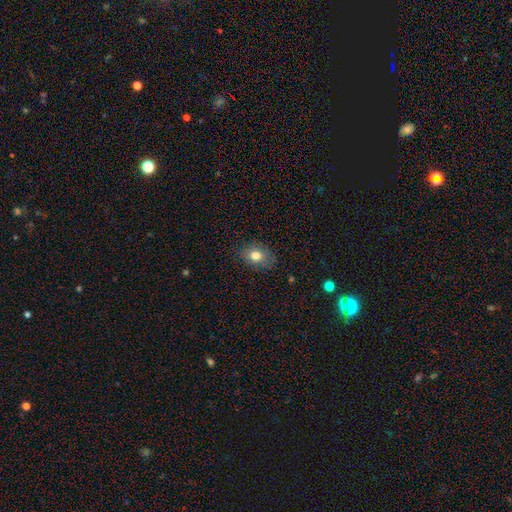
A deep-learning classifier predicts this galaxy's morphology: Smooth or featured?
  - smooth: 78% *
  - featured or disk: 11%
  - star or artifact: 11%
How rounded?
  - in between: 65% *
  - round: 34%
  - cigar-shaped: 1%
Merging?
  - none: 83% *
  - minor disturbance: 13%
  - major disturbance: 3%
  - merger: 1%